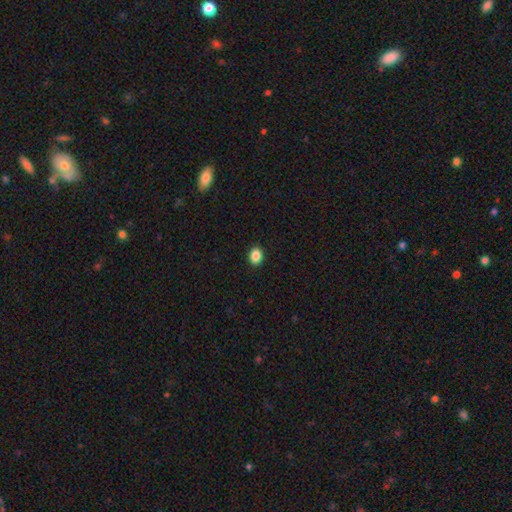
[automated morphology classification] type=smooth (87%); roundness=in between (62%); merging=none (91%).